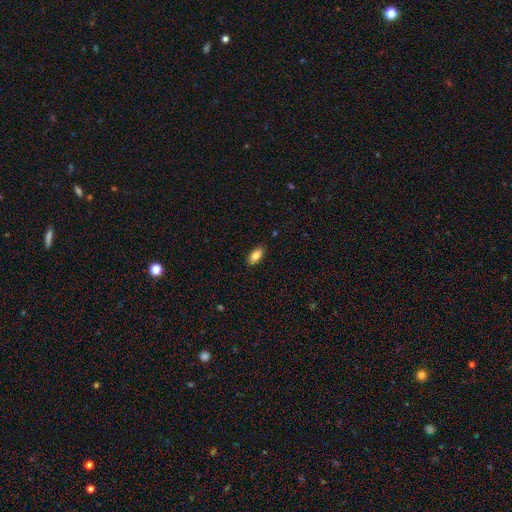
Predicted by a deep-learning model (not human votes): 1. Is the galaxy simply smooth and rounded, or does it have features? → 84% smooth, 8% featured or disk, 7% star or artifact.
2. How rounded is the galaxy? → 89% in between, 8% cigar-shaped, 3% round.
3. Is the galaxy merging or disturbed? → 87% none, 10% minor disturbance, 2% major disturbance, 1% merger.